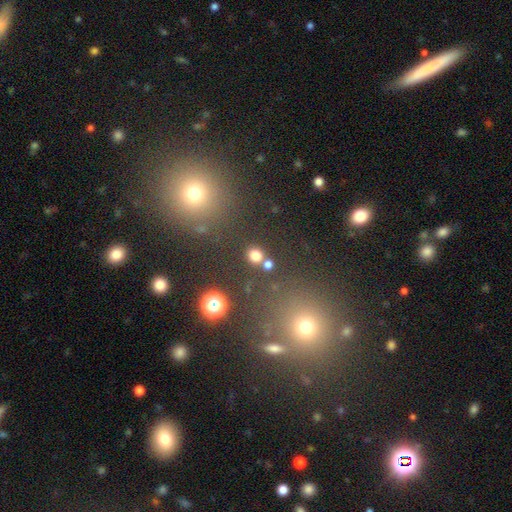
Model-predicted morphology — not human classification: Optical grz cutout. It shows a smooth galaxy with no disk features (75%) that is round (82%). Merging: none (76%).